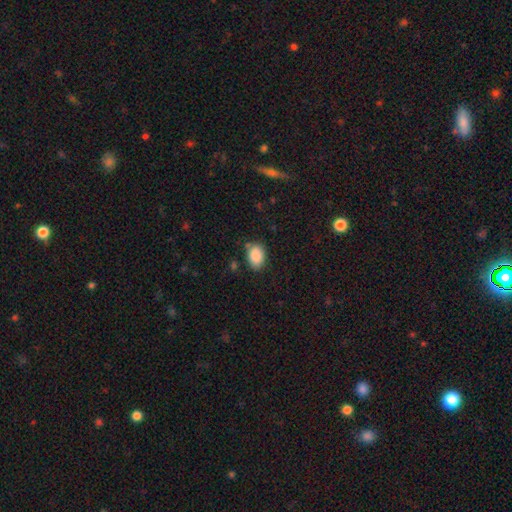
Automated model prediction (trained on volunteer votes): Smooth or featured? Predicted: smooth (p=0.88). How rounded? Predicted: in between (p=0.80). Merging? Predicted: none (p=0.75).